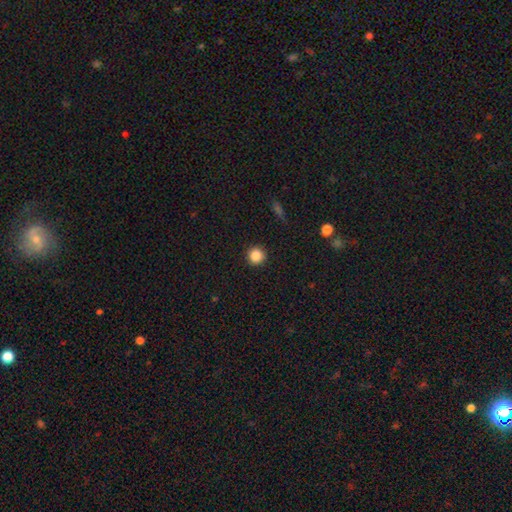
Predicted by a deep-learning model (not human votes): Smooth or featured? smooth (86%)
How rounded? round (95%)
Merging? none (92%)